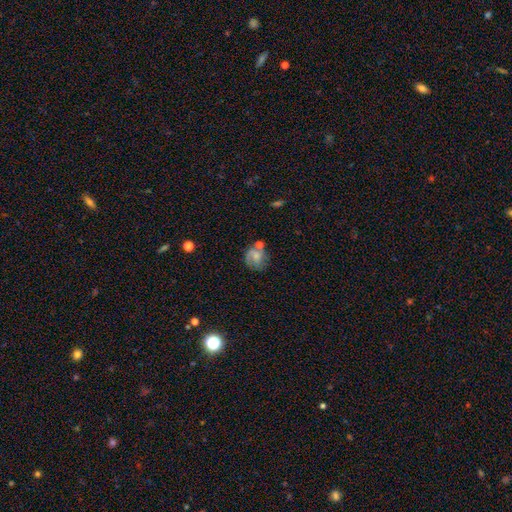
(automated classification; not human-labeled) Smooth or featured? Predicted: smooth (p=0.50). Merging? Predicted: none (p=0.50).